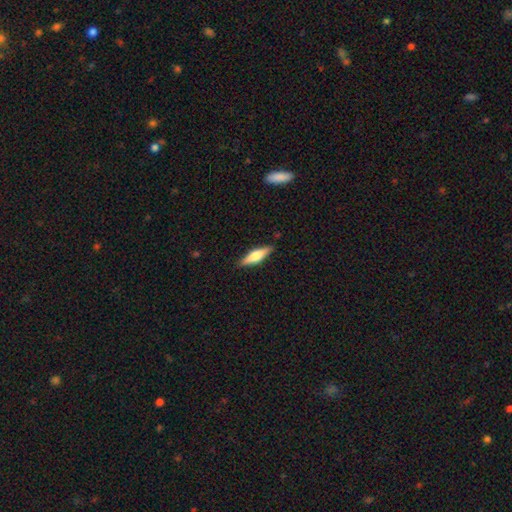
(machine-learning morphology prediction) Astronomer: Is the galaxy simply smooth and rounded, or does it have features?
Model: smooth — 52% (runner-up: featured or disk, 42%).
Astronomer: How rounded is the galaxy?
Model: cigar-shaped — 65%.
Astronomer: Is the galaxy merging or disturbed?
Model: none — 87%.